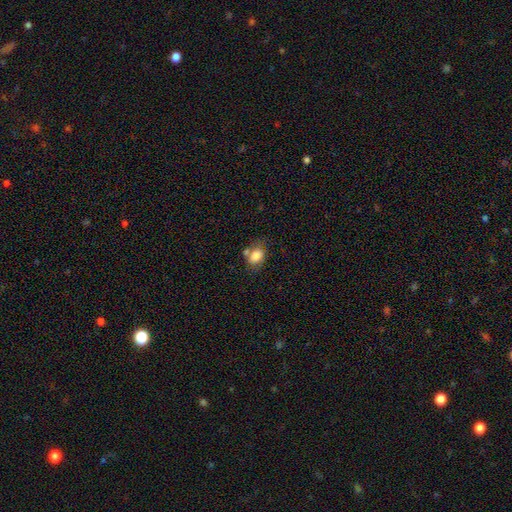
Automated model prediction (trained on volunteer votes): A smooth galaxy with no disk features (80%) that is in between round and cigar-shaped (71%). Merging: none (52%).